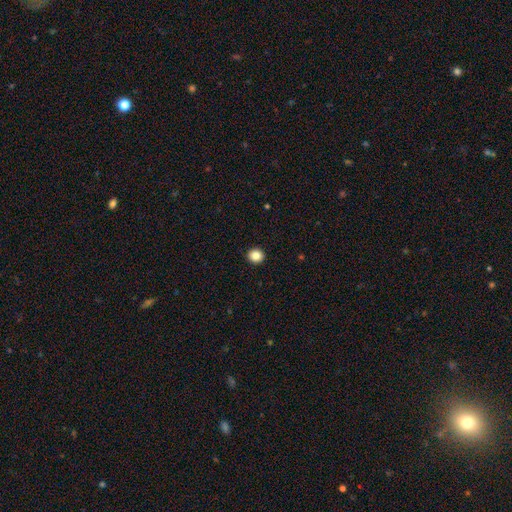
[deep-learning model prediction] Smooth or featured? smooth (85%)
How rounded? round (88%)
Merging? none (93%)